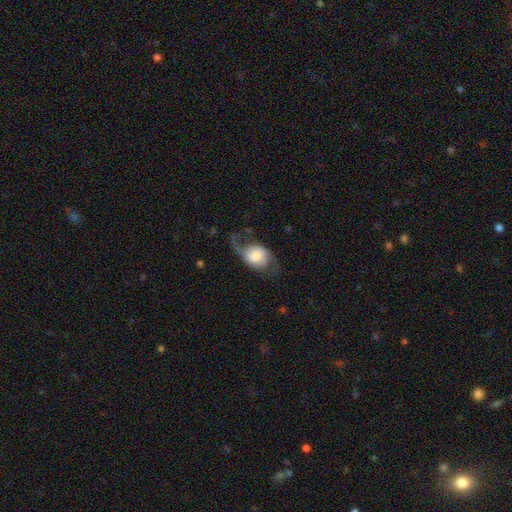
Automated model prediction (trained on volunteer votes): smooth_or_featured: featured or disk (p=0.62) [alt: smooth p=0.31]
disk_edge_on: no (p=0.95) [alt: yes p=0.05]
bar: no (p=0.64) [alt: weak p=0.29]
has_spiral_arms: yes (p=0.89) [alt: no p=0.11]
spiral_winding: loose (p=0.71) [alt: medium p=0.23]
spiral_arm_count: 2 (p=0.86) [alt: 1 p=0.08]
bulge_size: moderate (p=0.40) [alt: small p=0.24]
merging: none (p=0.51) [alt: major disturbance p=0.25]